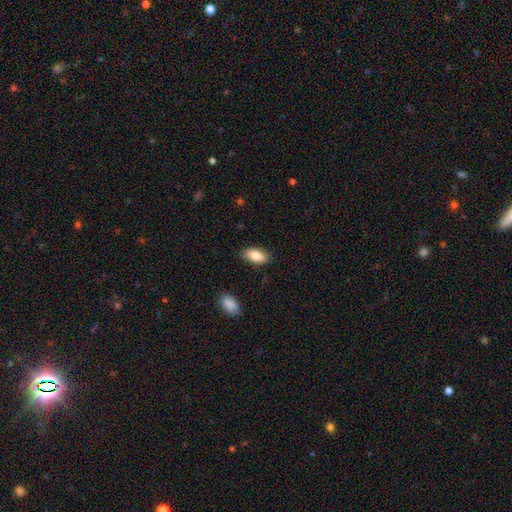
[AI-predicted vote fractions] Overall: smooth (83%). How rounded: in between (89%). Merging: none (85%).